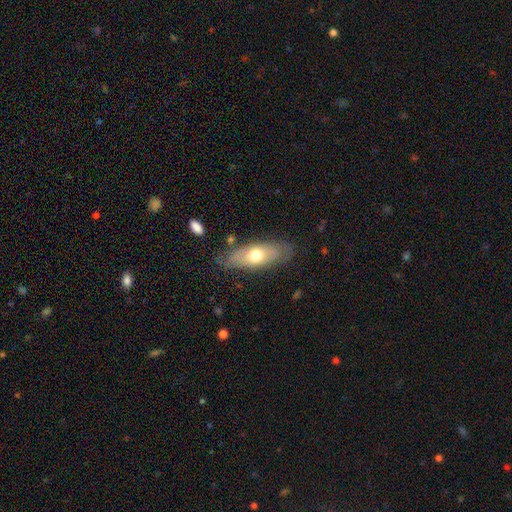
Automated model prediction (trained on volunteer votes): Smooth or featured? smooth (51%)
How rounded? in between (68%)
Merging? none (79%)